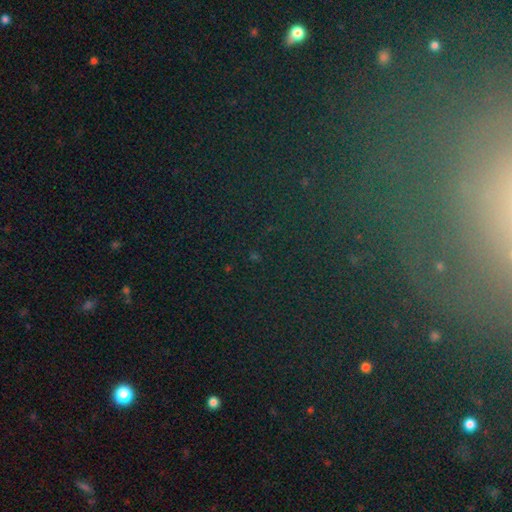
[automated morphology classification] The model was most divided on "smooth or featured": star or artifact: 75%, smooth: 14%, featured or disk: 11%.